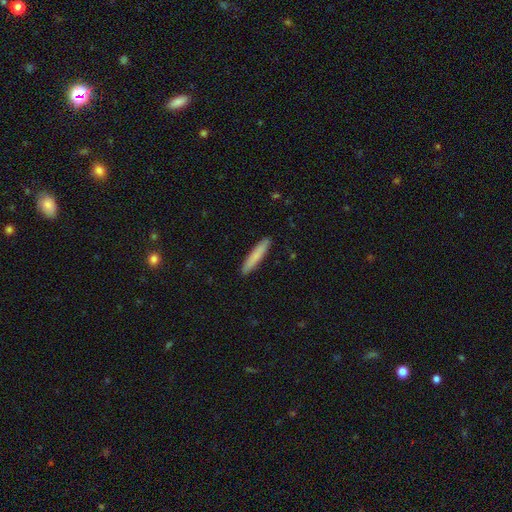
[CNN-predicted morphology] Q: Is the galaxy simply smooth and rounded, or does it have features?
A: smooth — 80%.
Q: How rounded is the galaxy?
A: cigar-shaped — 93%.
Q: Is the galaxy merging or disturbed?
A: none — 91%.